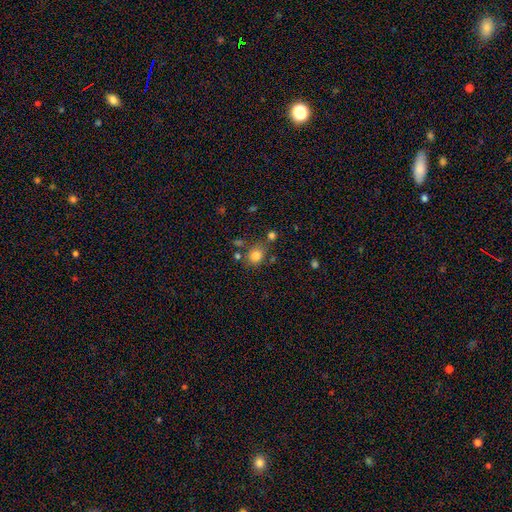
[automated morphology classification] The model was most divided on "how rounded": round: 67%, in between: 32%, cigar-shaped: 1%. More confident: smooth or featured — smooth (81%); merging — none (69%).